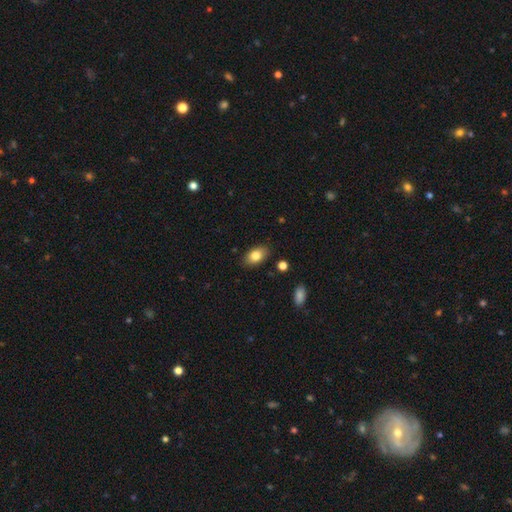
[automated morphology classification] This appears to be a smooth galaxy with no disk features (82%) that is in between round and cigar-shaped (90%). Merging: none (86%).